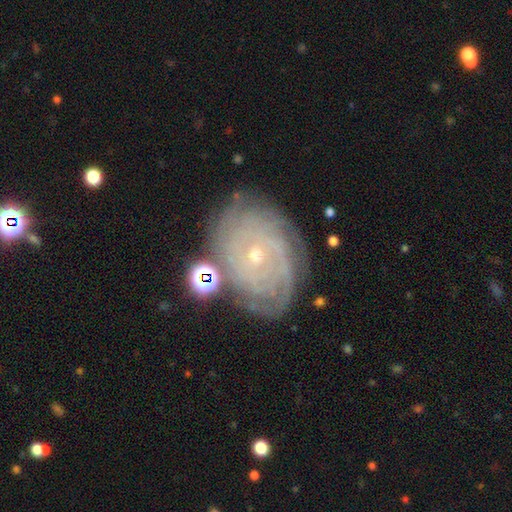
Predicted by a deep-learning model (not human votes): Morphology: type=featured or disk (82%); edge-on=no (96%); bar=no (78%); spiral arms=yes (95%); winding=tight (83%); arm count=can't tell (37%); bulge=small (82%); merging=none (76%).